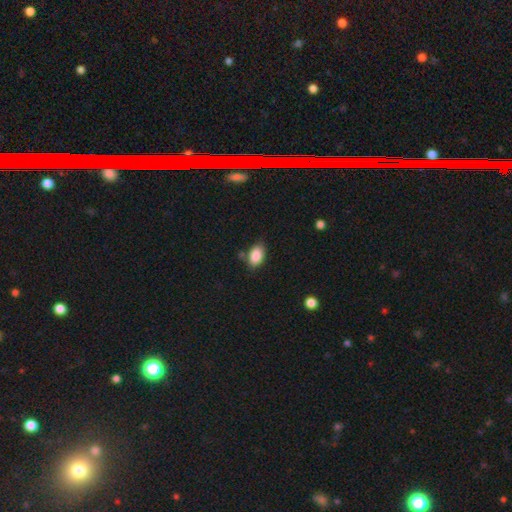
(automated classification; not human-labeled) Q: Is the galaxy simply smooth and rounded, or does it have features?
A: smooth — 87%.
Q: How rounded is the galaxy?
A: in between — 89%.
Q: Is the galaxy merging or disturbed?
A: none — 73%.